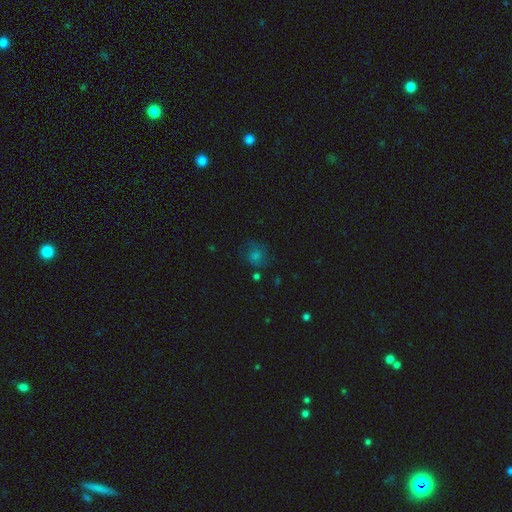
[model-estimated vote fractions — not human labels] Overall: smooth (47%; star or artifact 32%). Merging: none (73%).